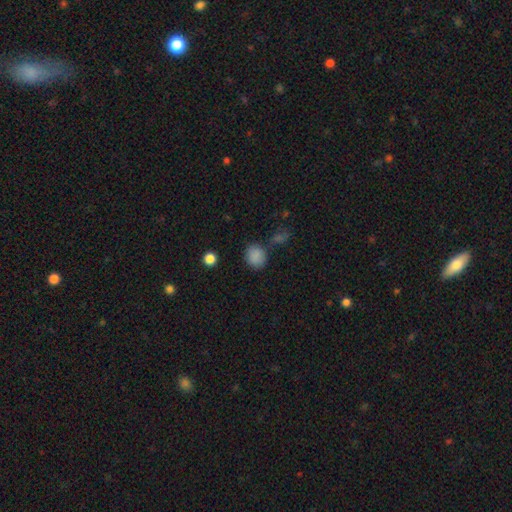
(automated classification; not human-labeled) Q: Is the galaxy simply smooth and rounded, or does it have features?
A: smooth — 84%.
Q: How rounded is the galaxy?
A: round — 68%.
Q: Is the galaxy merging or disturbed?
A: none — 73%.